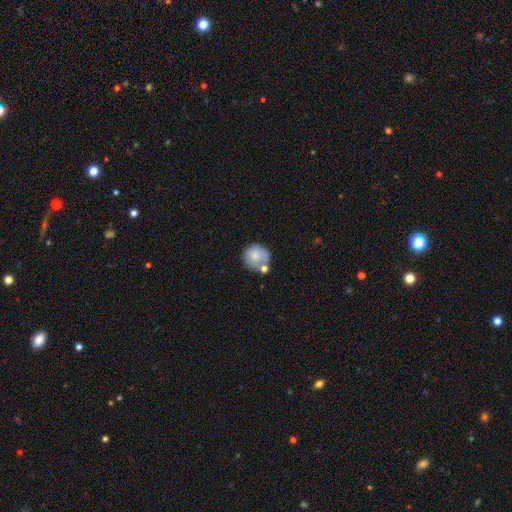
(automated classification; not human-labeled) Overall: smooth (75%). How rounded: round (89%). Merging: none (57%; merger 19%).